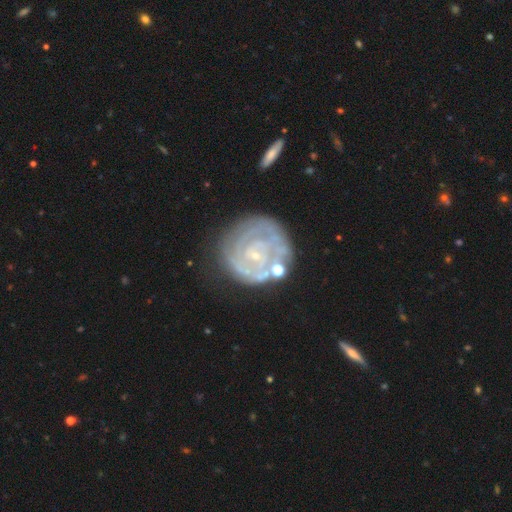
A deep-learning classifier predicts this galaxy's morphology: Overall: featured or disk (81%). Edge-on disk: no (98%). Bar: no (67%). Spiral arms: yes (89%). Spiral arm count: can't tell (38%; 2 27%). Spiral winding: tight (77%). Bulge size: small (79%). Merging: none (65%).